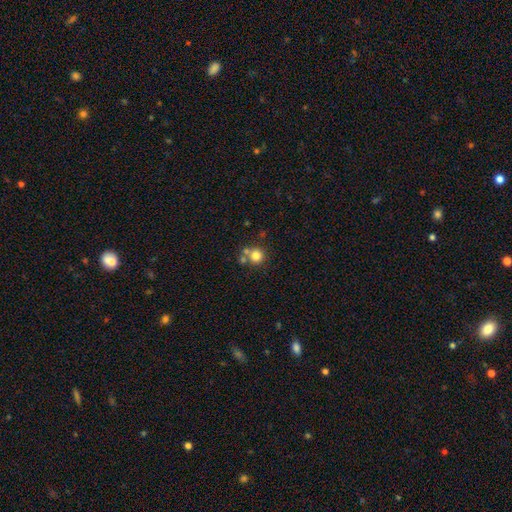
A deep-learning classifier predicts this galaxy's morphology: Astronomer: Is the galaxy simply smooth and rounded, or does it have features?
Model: smooth — 78%.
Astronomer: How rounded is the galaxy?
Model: round — 92%.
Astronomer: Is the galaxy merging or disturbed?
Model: none — 60%.